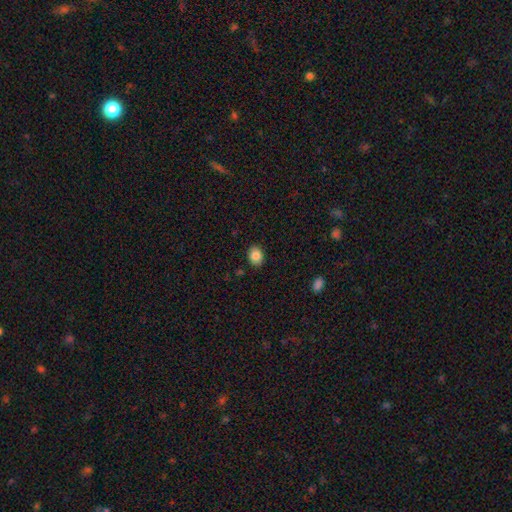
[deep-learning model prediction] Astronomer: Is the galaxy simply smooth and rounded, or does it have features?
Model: smooth — 85%.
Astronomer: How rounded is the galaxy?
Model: in between — 62%.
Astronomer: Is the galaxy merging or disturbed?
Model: none — 89%.